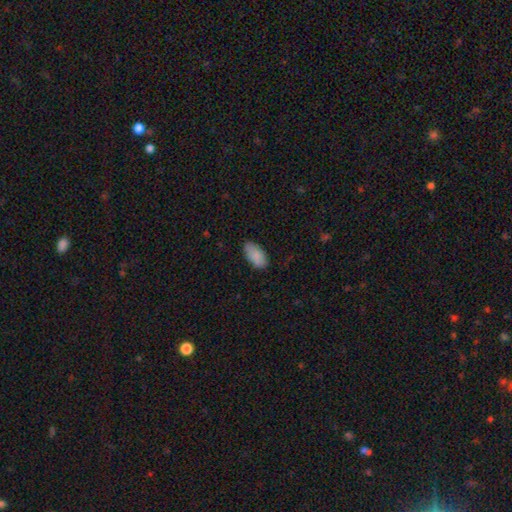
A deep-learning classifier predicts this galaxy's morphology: Smooth or featured: smooth — 87% (star or artifact — 7%)
How rounded: in between — 94% (cigar-shaped — 4%)
Merging: none — 79% (minor disturbance — 17%)